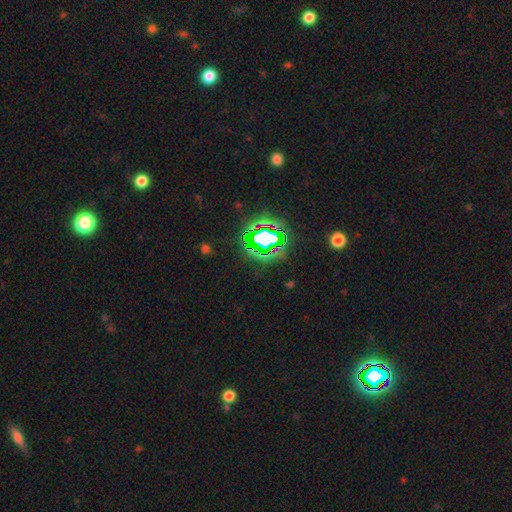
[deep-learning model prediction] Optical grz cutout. It shows a star or artifact, not a galaxy (81%).